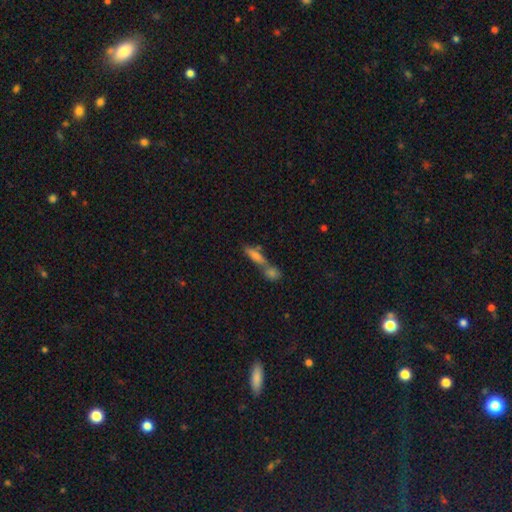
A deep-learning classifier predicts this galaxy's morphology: Smooth or featured? smooth (66%)
How rounded? cigar-shaped (56%)
Merging? merger (55%)